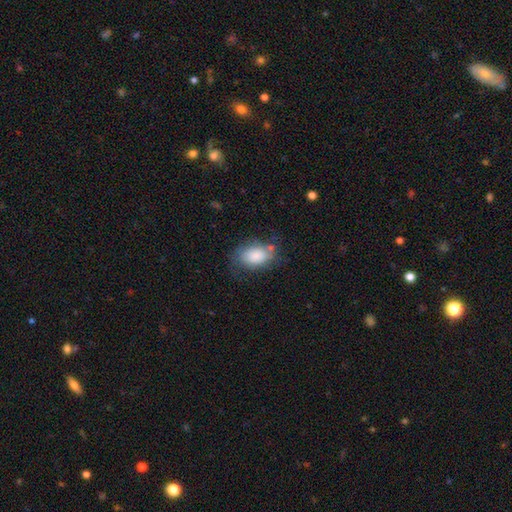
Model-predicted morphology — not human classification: Smooth or featured? Predicted: smooth (p=0.81). How rounded? Predicted: in between (p=0.84). Merging? Predicted: none (p=0.59).